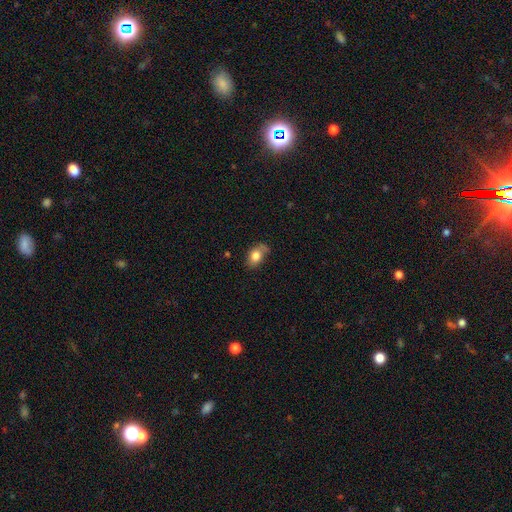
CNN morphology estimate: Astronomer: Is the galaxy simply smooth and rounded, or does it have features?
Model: smooth — 79%.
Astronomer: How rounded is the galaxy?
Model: in between — 79%.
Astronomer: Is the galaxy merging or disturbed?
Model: none — 55% (runner-up: minor disturbance, 32%).